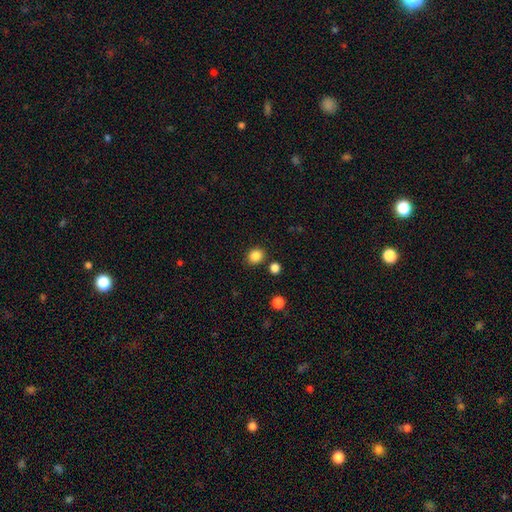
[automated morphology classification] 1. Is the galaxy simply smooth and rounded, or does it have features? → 85% smooth, 11% star or artifact, 4% featured or disk.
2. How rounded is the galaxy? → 74% round, 25% in between, 1% cigar-shaped.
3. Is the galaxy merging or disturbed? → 84% none, 8% minor disturbance, 5% merger, 3% major disturbance.